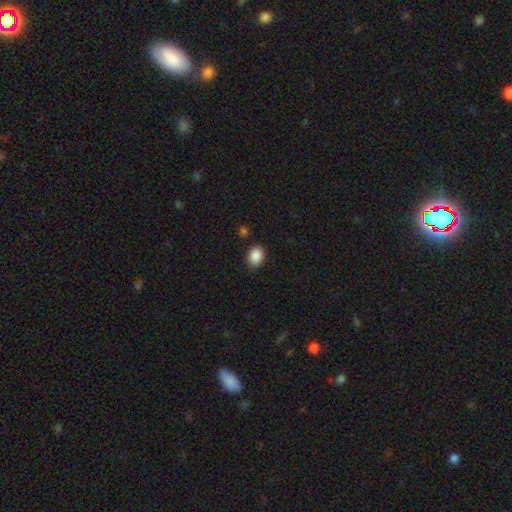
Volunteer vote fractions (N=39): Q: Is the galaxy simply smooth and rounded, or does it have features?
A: smooth — 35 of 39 (90%).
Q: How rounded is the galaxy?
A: in between — 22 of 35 (63%).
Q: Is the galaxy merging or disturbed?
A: none — 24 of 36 (67%).